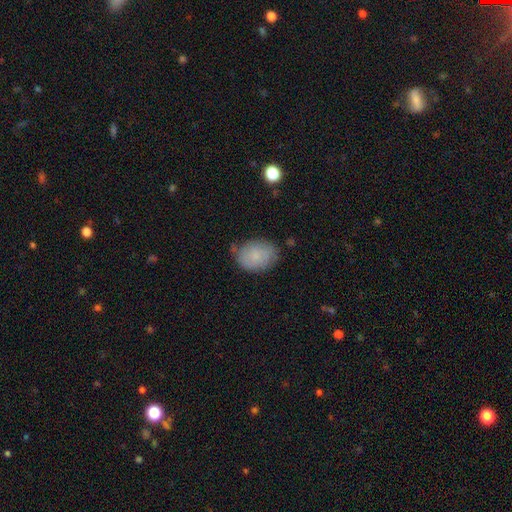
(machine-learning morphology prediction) type=smooth (81%); roundness=in between (71%); merging=none (68%).